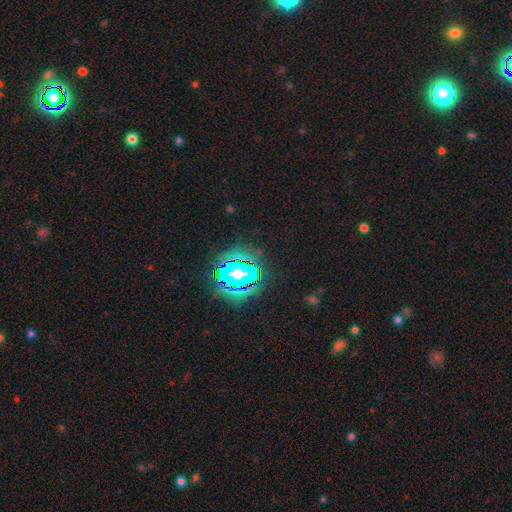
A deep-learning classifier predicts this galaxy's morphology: Smooth or featured: star or artifact — 81% (smooth — 11%)